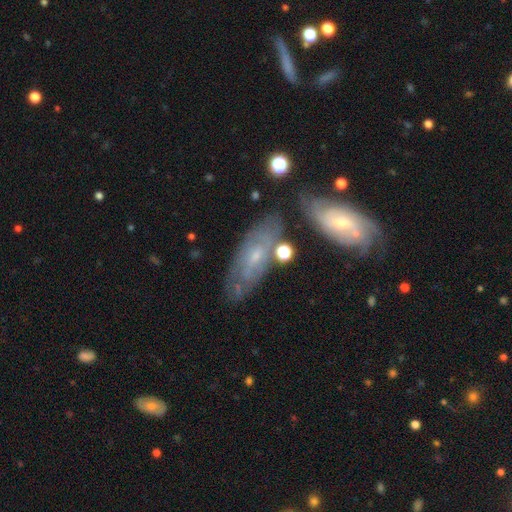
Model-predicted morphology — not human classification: smooth_or_featured: featured or disk (p=0.62) [alt: smooth p=0.31]
disk_edge_on: no (p=0.85) [alt: yes p=0.15]
bar: no (p=0.59) [alt: weak p=0.34]
has_spiral_arms: yes (p=0.72) [alt: no p=0.28]
bulge_size: small (p=0.69) [alt: moderate p=0.22]
merging: none (p=0.65) [alt: minor disturbance p=0.19]